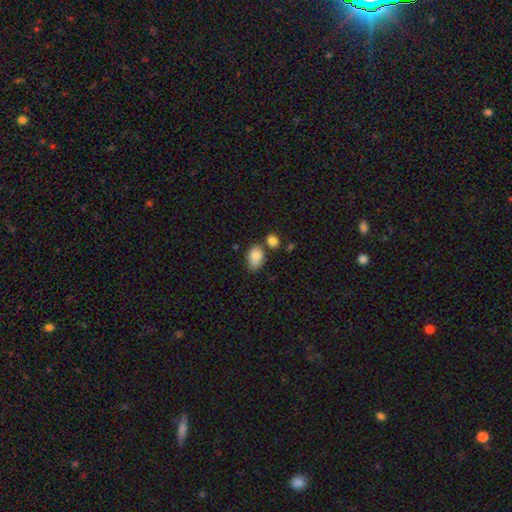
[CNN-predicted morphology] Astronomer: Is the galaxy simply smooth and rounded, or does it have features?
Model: smooth — 83%.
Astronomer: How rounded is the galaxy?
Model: in between — 85%.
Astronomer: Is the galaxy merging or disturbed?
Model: none — 54%.